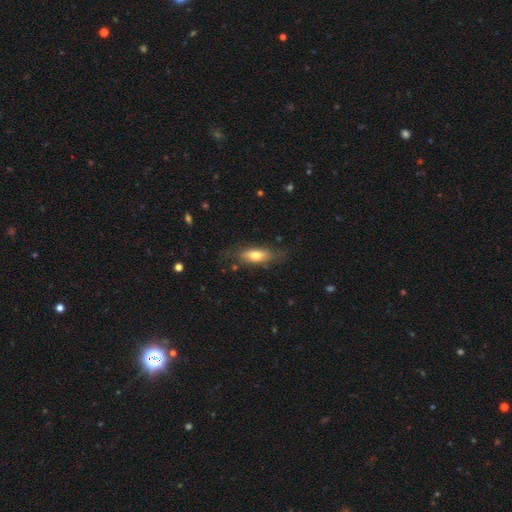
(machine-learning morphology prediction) A smooth galaxy with no disk features (66%) that is in between round and cigar-shaped (65%).

Vote fractions:
- Smooth or featured? smooth: 66% / featured or disk: 28% / star or artifact: 7%
- How rounded? in between: 65% / cigar-shaped: 32% / round: 3%
- Merging? none: 73% / minor disturbance: 19% / major disturbance: 6% / merger: 2%